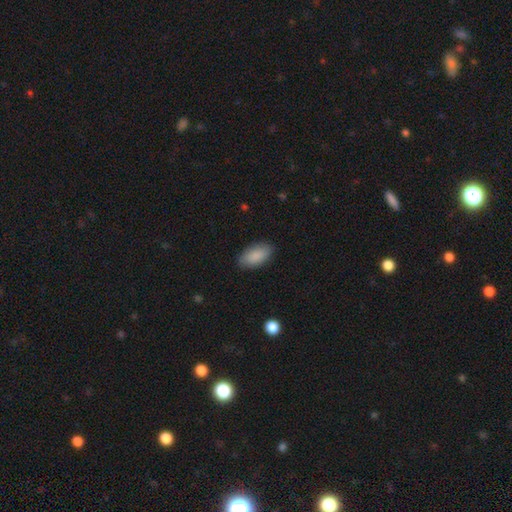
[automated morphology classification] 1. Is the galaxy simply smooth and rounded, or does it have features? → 89% smooth, 6% star or artifact, 6% featured or disk.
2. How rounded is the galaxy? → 94% in between, 3% cigar-shaped, 3% round.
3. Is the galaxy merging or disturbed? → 85% none, 11% minor disturbance, 2% major disturbance, 1% merger.